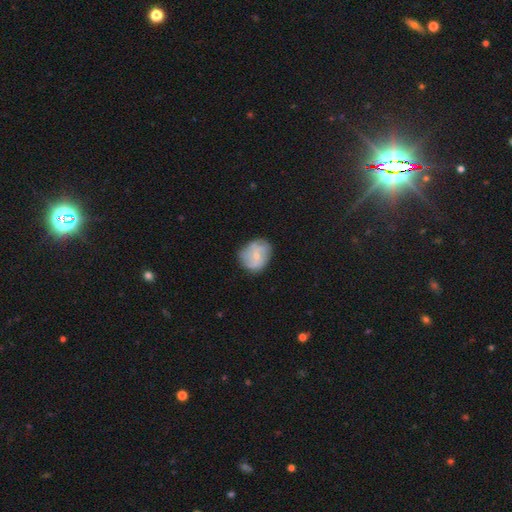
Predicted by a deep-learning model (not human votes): smooth-or-featured: featured or disk: 49% | smooth: 42% | star or artifact: 8%
  merging: none: 70% | minor disturbance: 22% | major disturbance: 7% | merger: 2%